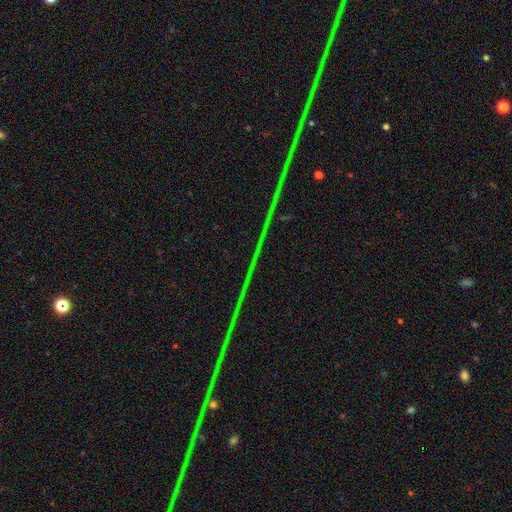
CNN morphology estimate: star or artifact 86%, featured or disk 8%, smooth 6%.